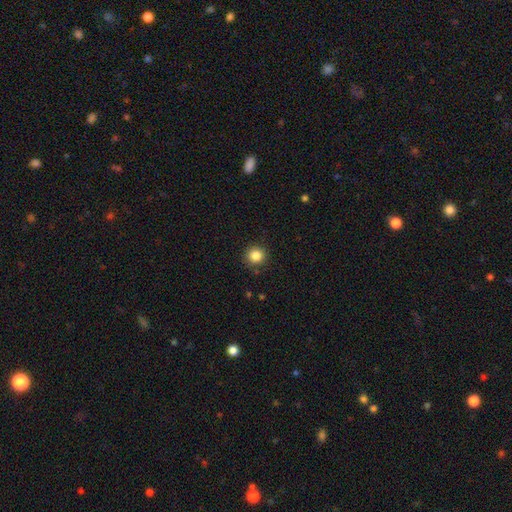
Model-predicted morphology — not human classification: smooth_or_featured: smooth (p=0.85) [alt: star or artifact p=0.11]
how_rounded: round (p=0.93) [alt: in between p=0.06]
merging: none (p=0.89) [alt: minor disturbance p=0.08]